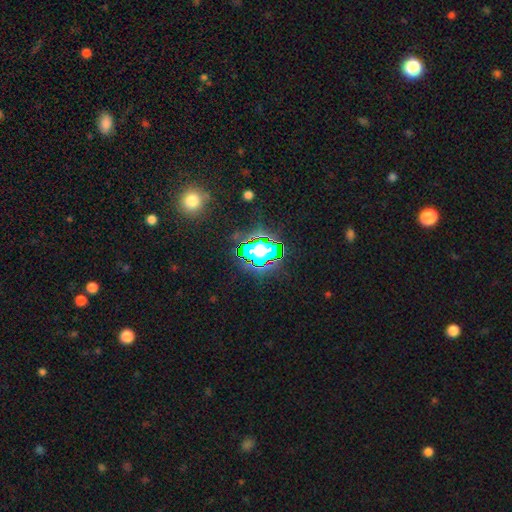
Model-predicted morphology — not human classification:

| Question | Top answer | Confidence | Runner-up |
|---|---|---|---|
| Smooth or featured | star or artifact | 76% | smooth (14%) |